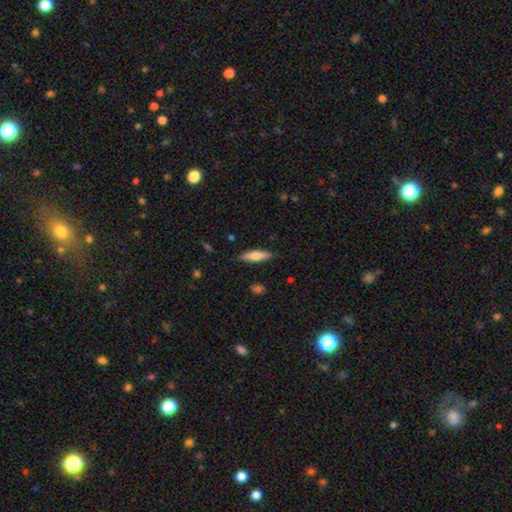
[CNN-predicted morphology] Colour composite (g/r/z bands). It shows a smooth galaxy with no disk features (70%) that is cigar-shaped (62%). Merging: none (88%).